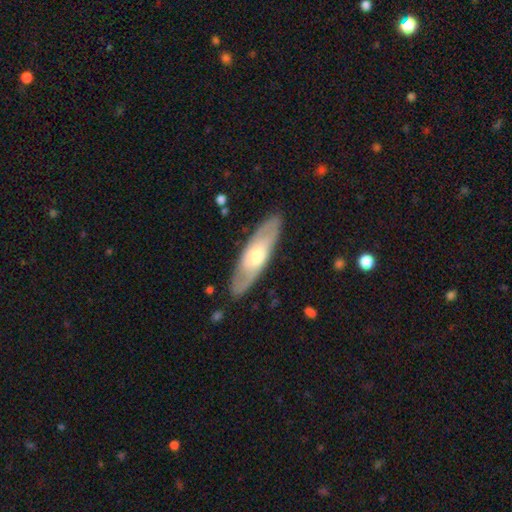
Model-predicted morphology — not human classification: The model was most divided on "smooth or featured": featured or disk: 59%, smooth: 36%, star or artifact: 5%. More confident: merging — none (86%); edge-on disk — no (64%).